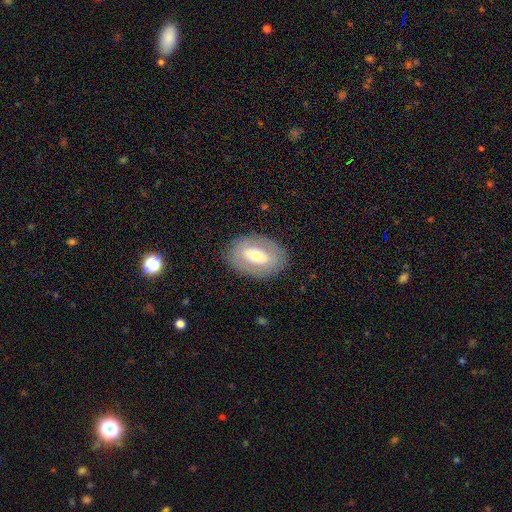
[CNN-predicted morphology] A featured or disk galaxy (48%).

Vote fractions:
- Smooth or featured? featured or disk: 48% / smooth: 44% / star or artifact: 7%
- Merging? none: 83% / minor disturbance: 11% / major disturbance: 5% / merger: 1%